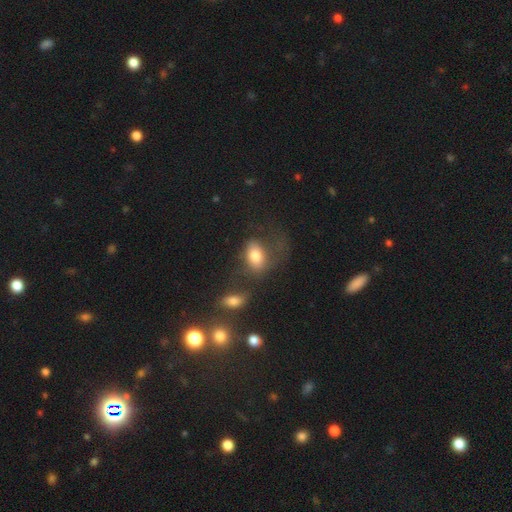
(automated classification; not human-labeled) Smooth or featured?
  - smooth: 74% *
  - featured or disk: 18%
  - star or artifact: 9%
How rounded?
  - in between: 87% *
  - round: 11%
  - cigar-shaped: 2%
Merging?
  - none: 36% *
  - major disturbance: 25%
  - merger: 20%
  - minor disturbance: 18%